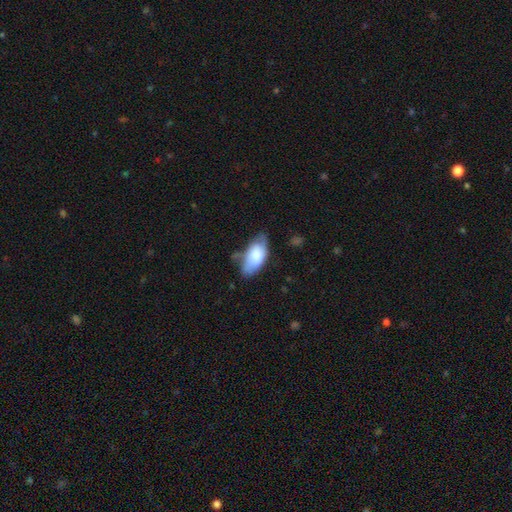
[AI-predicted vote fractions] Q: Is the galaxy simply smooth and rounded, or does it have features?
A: smooth — 73%.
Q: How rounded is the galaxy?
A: in between — 93%.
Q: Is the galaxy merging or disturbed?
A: none — 46%.